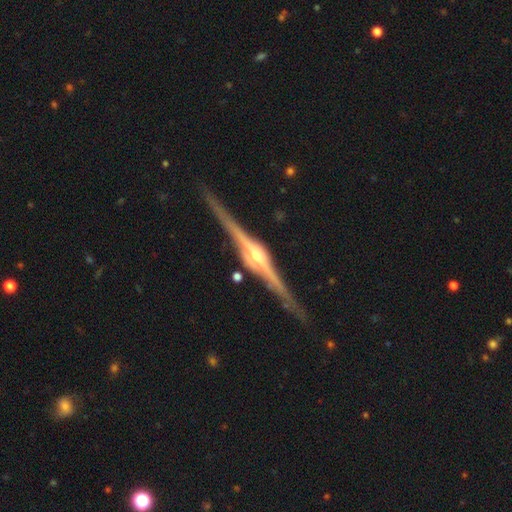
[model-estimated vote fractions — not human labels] Smooth or featured? Predicted: featured or disk (p=0.91). Edge-on disk? Predicted: yes (p=0.98). Edge-on bulge? Predicted: rounded (p=0.89). Merging? Predicted: none (p=0.88).